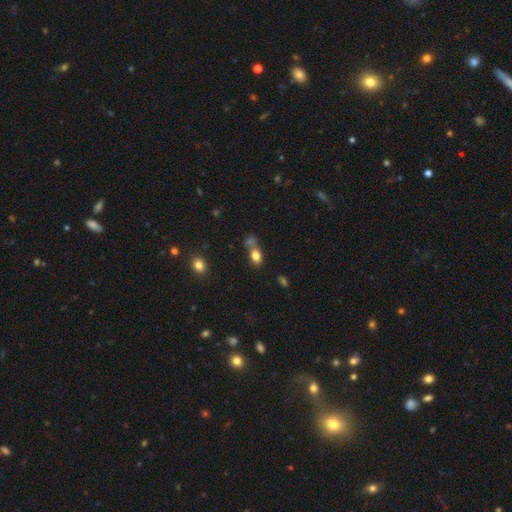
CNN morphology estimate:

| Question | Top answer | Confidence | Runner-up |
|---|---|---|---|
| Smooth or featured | smooth | 79% | star or artifact (12%) |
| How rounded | in between | 65% | round (32%) |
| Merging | merger | 41% | tied: none (41%) |